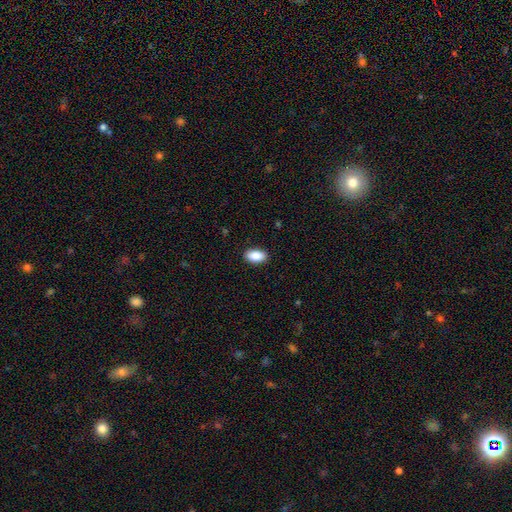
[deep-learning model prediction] smooth_or_featured: smooth (p=0.89) [alt: star or artifact p=0.07]
how_rounded: in between (p=0.94) [alt: round p=0.04]
merging: none (p=0.90) [alt: minor disturbance p=0.08]